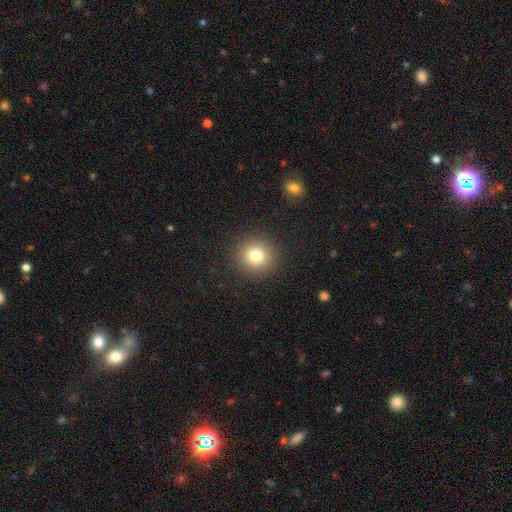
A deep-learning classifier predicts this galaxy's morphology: smooth 78%, star or artifact 13%, featured or disk 9%. Down the decision tree: how rounded — round (93%); merging — none (91%).